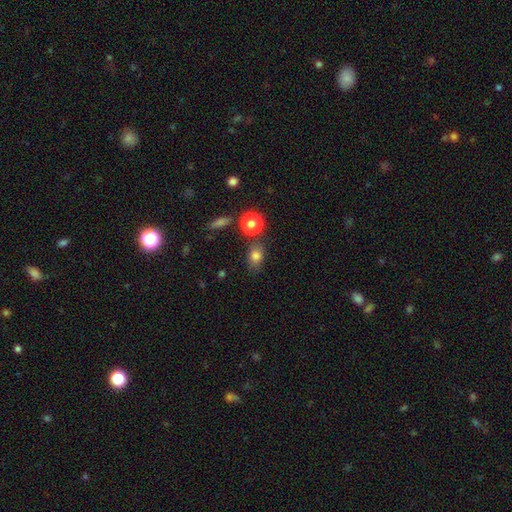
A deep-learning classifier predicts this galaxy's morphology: Smooth or featured? smooth (79%)
How rounded? in between (63%)
Merging? none (72%)